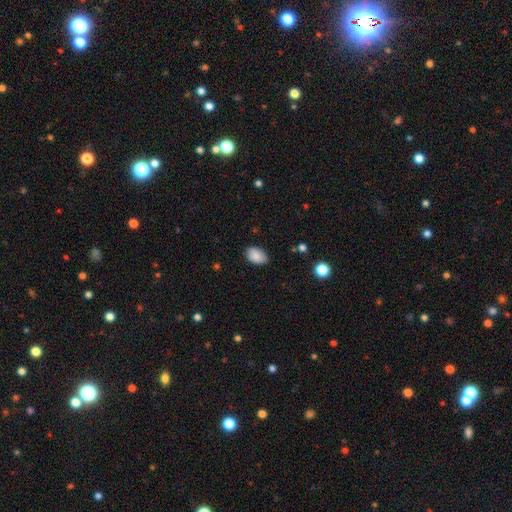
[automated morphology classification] The model was most divided on "merging": none: 83%, minor disturbance: 14%, major disturbance: 2%, merger: 1%. More confident: smooth or featured — smooth (86%); how rounded — in between (86%).